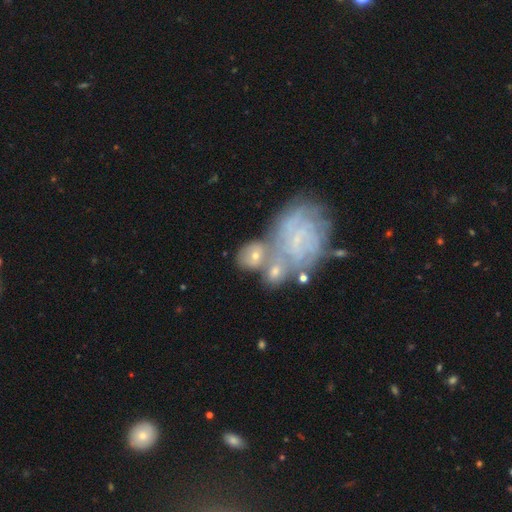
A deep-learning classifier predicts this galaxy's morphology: Smooth or featured?
  - featured or disk: 66% *
  - smooth: 21%
  - star or artifact: 12%
Edge-on disk?
  - no: 97% *
  - yes: 3%
Bar?
  - no: 67% *
  - weak: 25%
  - strong: 8%
Spiral arms?
  - yes: 68% *
  - no: 32%
Bulge size?
  - small: 53% *
  - none: 35%
  - moderate: 9%
  - large: 2%
  - dominant: 1%
Merging?
  - merger: 41% *
  - none: 32%
  - minor disturbance: 15%
  - major disturbance: 12%